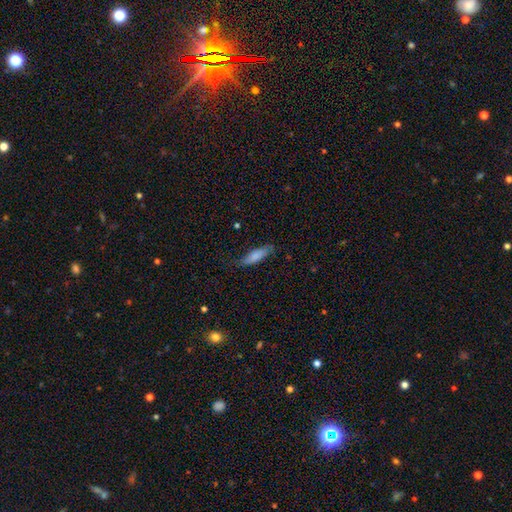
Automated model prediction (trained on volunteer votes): Smooth or featured?
  - smooth: 78% *
  - featured or disk: 16%
  - star or artifact: 6%
How rounded?
  - cigar-shaped: 52% *
  - in between: 46%
  - round: 2%
Merging?
  - none: 70% *
  - minor disturbance: 23%
  - major disturbance: 6%
  - merger: 1%